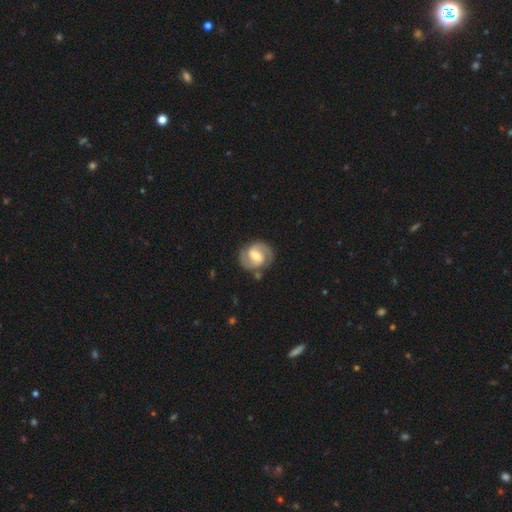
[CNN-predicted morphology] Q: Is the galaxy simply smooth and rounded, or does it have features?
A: featured or disk — 85%.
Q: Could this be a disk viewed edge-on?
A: no — 98%.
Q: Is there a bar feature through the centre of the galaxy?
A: weak — 50%.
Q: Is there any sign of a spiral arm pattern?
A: yes — 96%.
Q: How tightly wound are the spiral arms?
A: medium — 50%.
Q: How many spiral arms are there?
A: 2 — 92%.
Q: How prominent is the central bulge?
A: moderate — 59%.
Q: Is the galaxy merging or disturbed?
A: none — 82%.